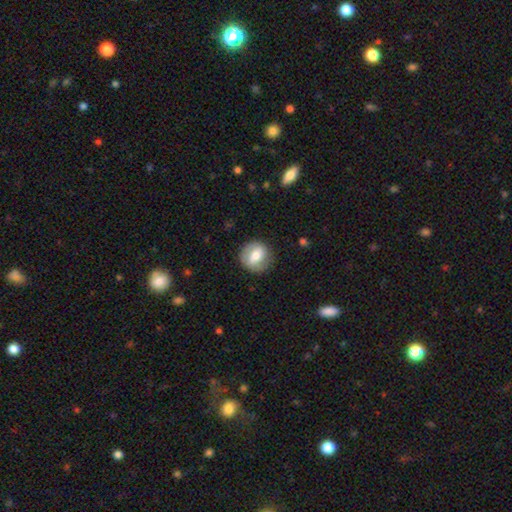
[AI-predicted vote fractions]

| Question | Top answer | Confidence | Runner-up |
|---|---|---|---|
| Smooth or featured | smooth | 56% | featured or disk (37%) |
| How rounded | round | 85% | in between (14%) |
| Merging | none | 84% | minor disturbance (11%) |